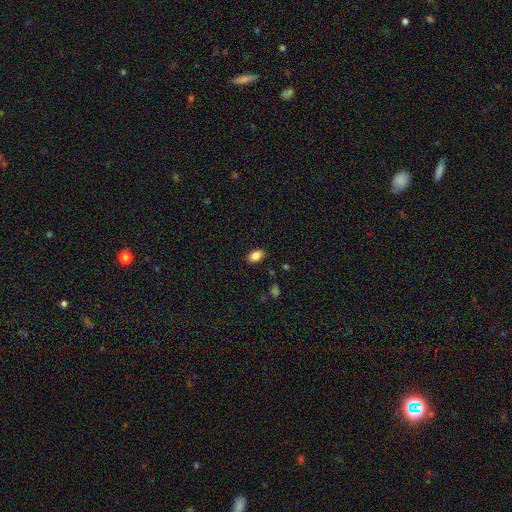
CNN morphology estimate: A smooth galaxy with no disk features (85%) that is in between round and cigar-shaped (88%).

Vote fractions:
- Smooth or featured? smooth: 85% / star or artifact: 8% / featured or disk: 7%
- How rounded? in between: 88% / round: 10% / cigar-shaped: 2%
- Merging? none: 88% / minor disturbance: 9% / major disturbance: 2% / merger: 1%